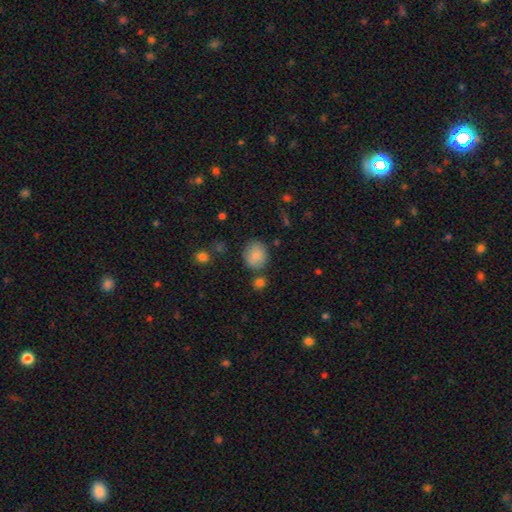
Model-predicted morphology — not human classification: smooth 84%, star or artifact 9%, featured or disk 8%. Down the decision tree: how rounded — round (71%); merging — none (76%).